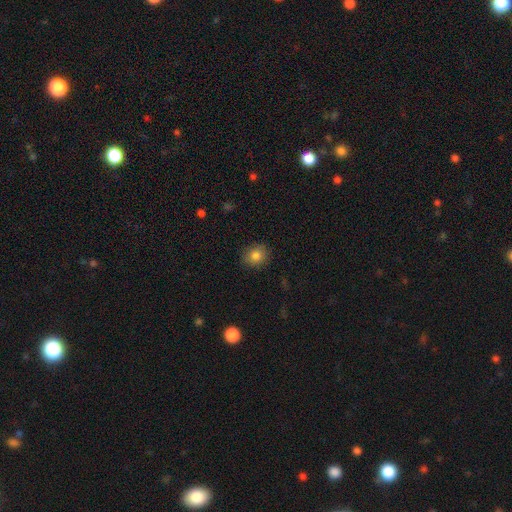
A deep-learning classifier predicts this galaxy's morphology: This appears to be a smooth galaxy with no disk features (83%) that is round (70%). Merging: none (87%).